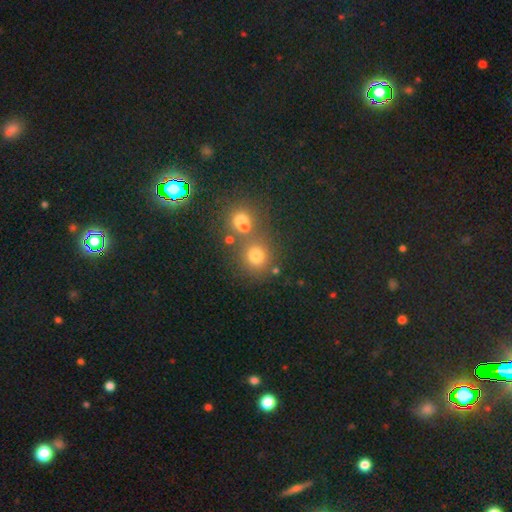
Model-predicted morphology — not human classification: smooth-or-featured: smooth: 73% | star or artifact: 18% | featured or disk: 9%
  how-rounded: round: 85% | in between: 14% | cigar-shaped: 1%
  merging: none: 63% | merger: 24% | minor disturbance: 9% | major disturbance: 4%